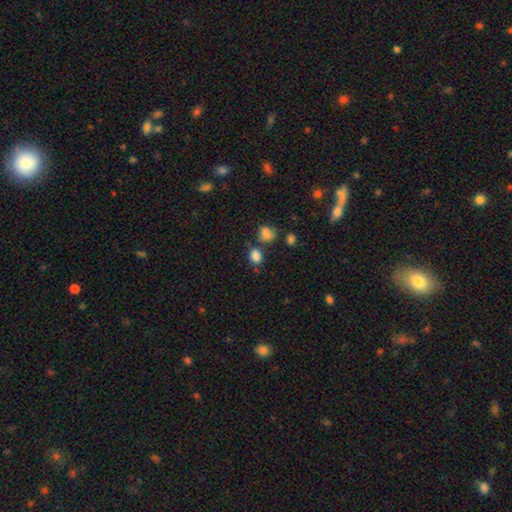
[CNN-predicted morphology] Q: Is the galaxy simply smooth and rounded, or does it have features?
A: smooth — 83%.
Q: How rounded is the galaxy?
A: in between — 60%.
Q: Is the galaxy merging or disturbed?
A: none — 63%.